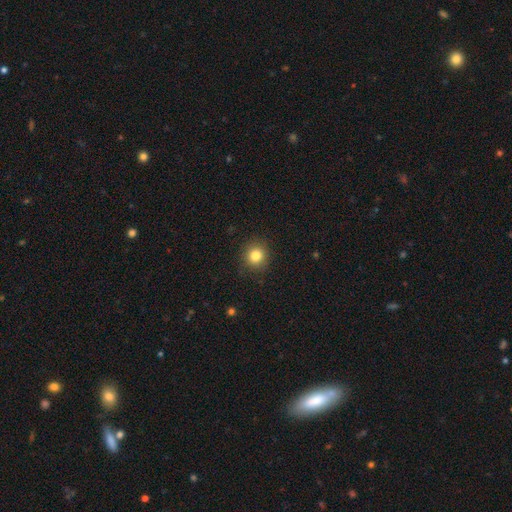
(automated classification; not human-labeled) Q: Smooth or featured?
A: smooth (82%); runner-up: star or artifact (12%)
Q: How rounded?
A: round (89%); runner-up: in between (10%)
Q: Merging?
A: none (90%); runner-up: minor disturbance (7%)